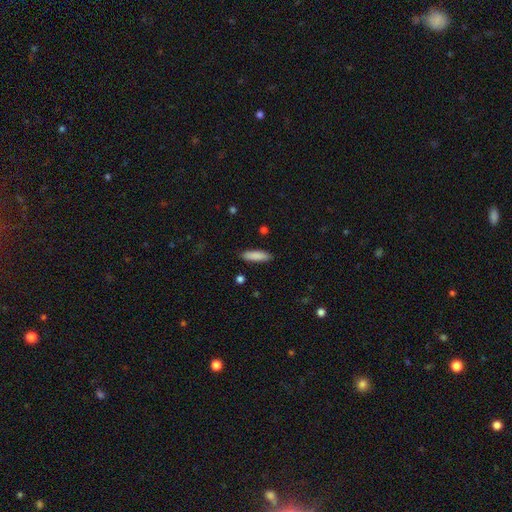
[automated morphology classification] Overall: smooth (87%). How rounded: cigar-shaped (65%; in between 33%). Merging: none (87%).